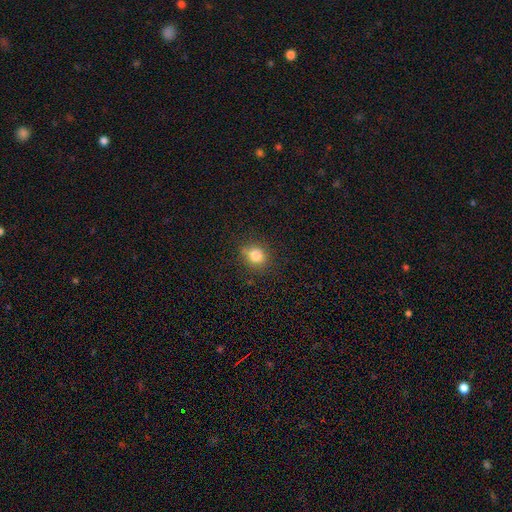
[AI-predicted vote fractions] The model was most divided on "how rounded": round: 69%, in between: 30%, cigar-shaped: 1%. More confident: smooth or featured — smooth (82%); merging — none (78%).